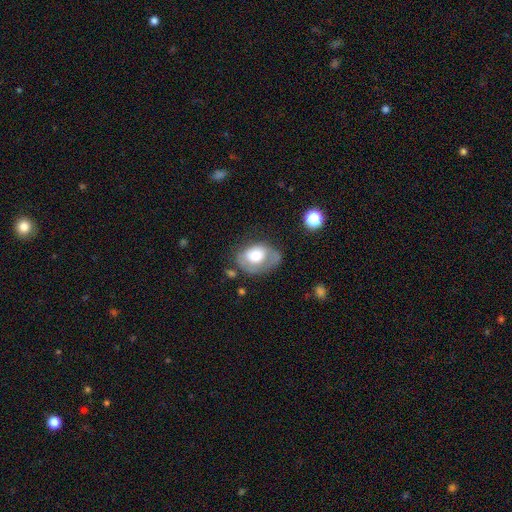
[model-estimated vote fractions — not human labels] smooth 55%, featured or disk 37%, star or artifact 7%. Down the decision tree: how rounded — in between (77%); merging — none (42%).